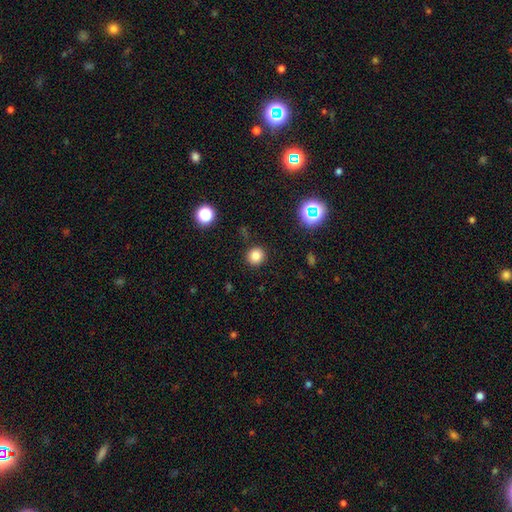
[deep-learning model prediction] Smooth or featured?
  - smooth: 81% *
  - star or artifact: 14%
  - featured or disk: 5%
How rounded?
  - round: 90% *
  - in between: 9%
  - cigar-shaped: 1%
Merging?
  - none: 90% *
  - minor disturbance: 6%
  - major disturbance: 2%
  - merger: 1%